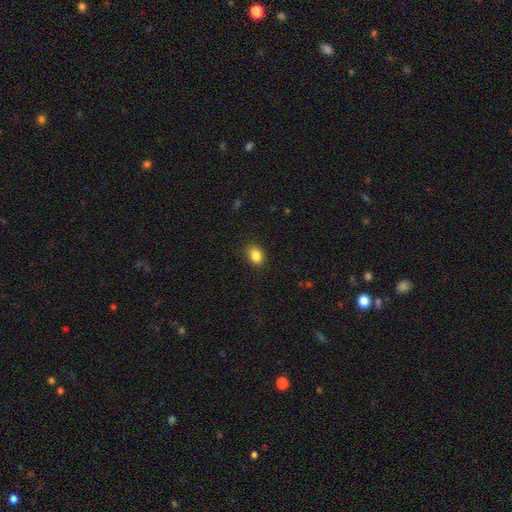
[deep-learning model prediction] Q: Smooth or featured?
A: smooth (86%); runner-up: star or artifact (10%)
Q: How rounded?
A: in between (61%); runner-up: round (38%)
Q: Merging?
A: none (88%); runner-up: minor disturbance (9%)